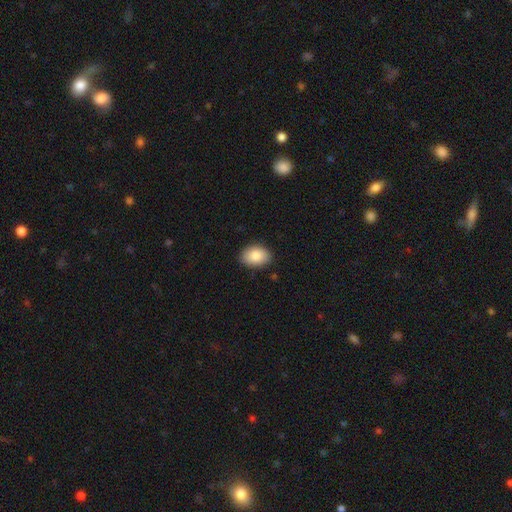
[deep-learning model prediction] Smooth or featured? Predicted: smooth (p=0.87). How rounded? Predicted: in between (p=0.80). Merging? Predicted: none (p=0.87).